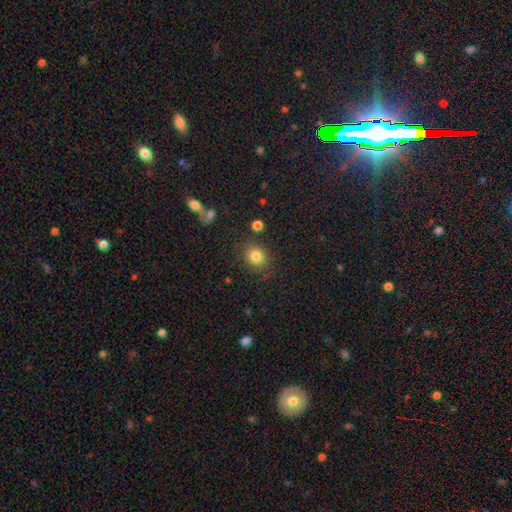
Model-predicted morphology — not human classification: A smooth galaxy with no disk features (82%) that is round (71%). Merging: none (82%).